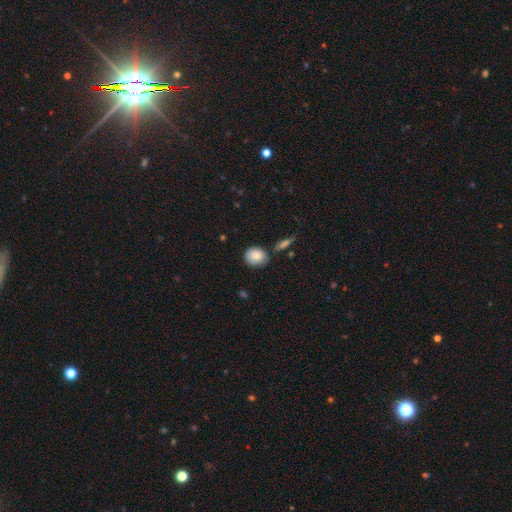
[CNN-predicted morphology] type=smooth (85%); roundness=round (68%); merging=none (75%).